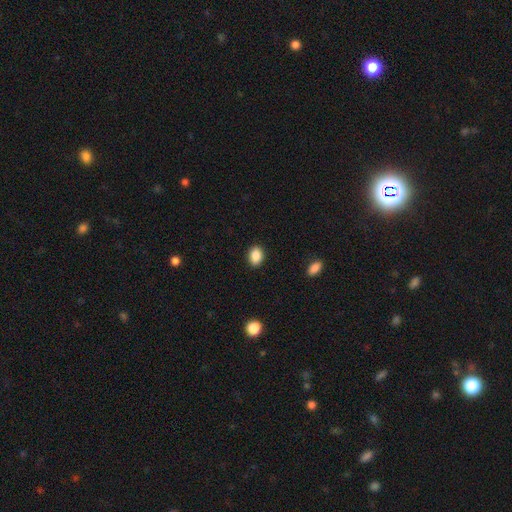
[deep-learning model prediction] Q: Smooth or featured?
A: smooth (88%); runner-up: star or artifact (8%)
Q: How rounded?
A: in between (74%); runner-up: round (25%)
Q: Merging?
A: none (89%); runner-up: minor disturbance (8%)